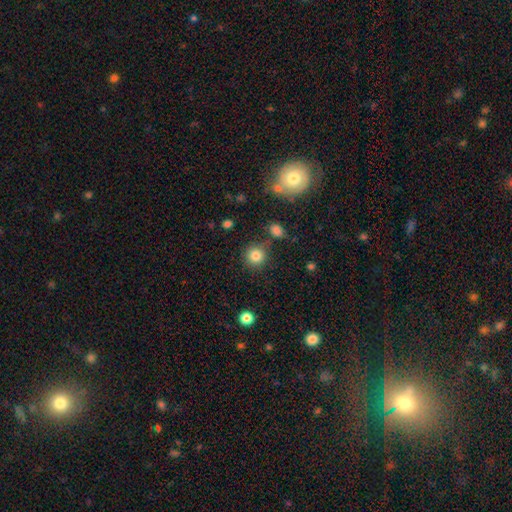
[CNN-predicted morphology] Smooth or featured? smooth (83%)
How rounded? round (91%)
Merging? none (80%)